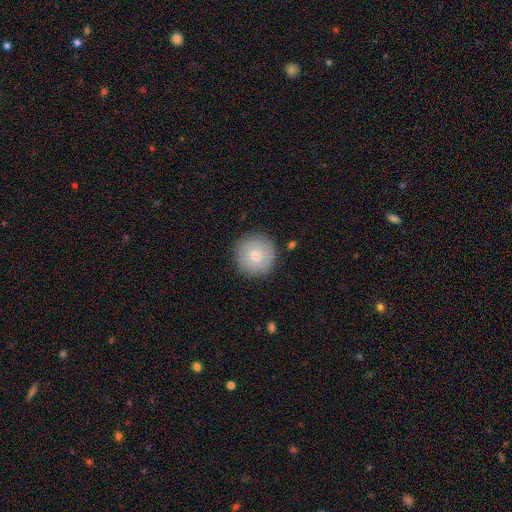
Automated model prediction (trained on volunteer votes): This is likely a smooth galaxy (77%). How rounded: clearly round (96%). Merging: clearly none (88%).